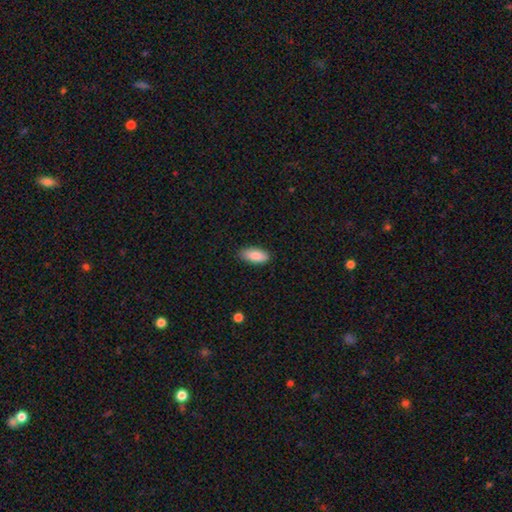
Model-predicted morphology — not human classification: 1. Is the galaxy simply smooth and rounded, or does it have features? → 88% smooth, 6% star or artifact, 6% featured or disk.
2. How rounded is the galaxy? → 87% in between, 11% cigar-shaped, 2% round.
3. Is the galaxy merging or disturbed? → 86% none, 11% minor disturbance, 2% major disturbance, 1% merger.